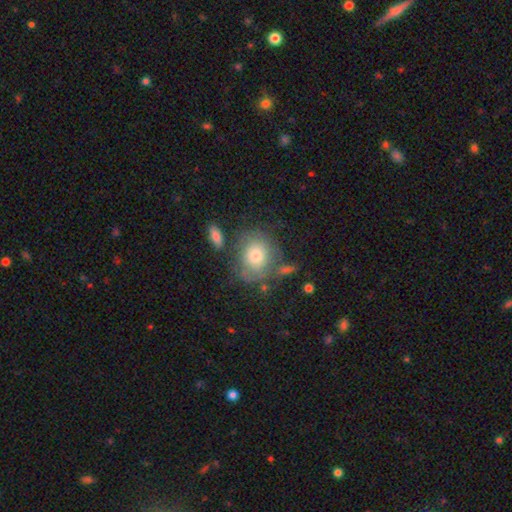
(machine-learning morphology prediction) A smooth galaxy with no disk features (68%) that is round (70%).

Vote fractions:
- Smooth or featured? smooth: 68% / featured or disk: 23% / star or artifact: 9%
- How rounded? round: 70% / in between: 29% / cigar-shaped: 1%
- Merging? none: 60% / minor disturbance: 20% / major disturbance: 11% / merger: 9%